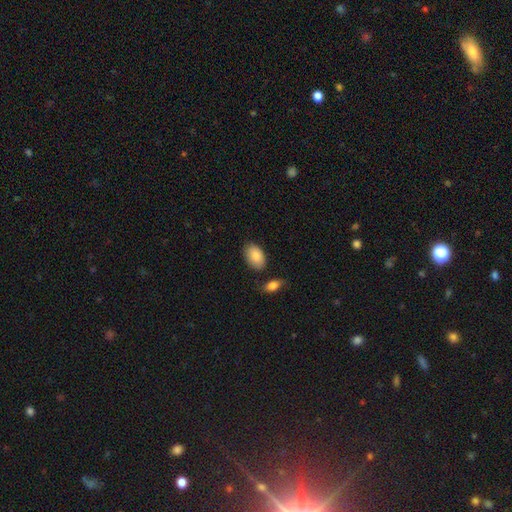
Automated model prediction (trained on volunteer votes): Q: Smooth or featured?
A: smooth (86%); runner-up: featured or disk (8%)
Q: How rounded?
A: in between (92%); runner-up: round (7%)
Q: Merging?
A: none (79%); runner-up: minor disturbance (13%)